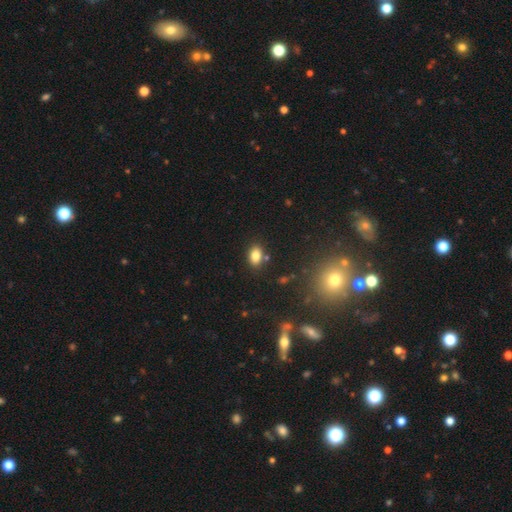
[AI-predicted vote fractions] Q: Smooth or featured?
A: smooth (82%); runner-up: star or artifact (11%)
Q: How rounded?
A: in between (85%); runner-up: round (14%)
Q: Merging?
A: none (81%); runner-up: minor disturbance (11%)